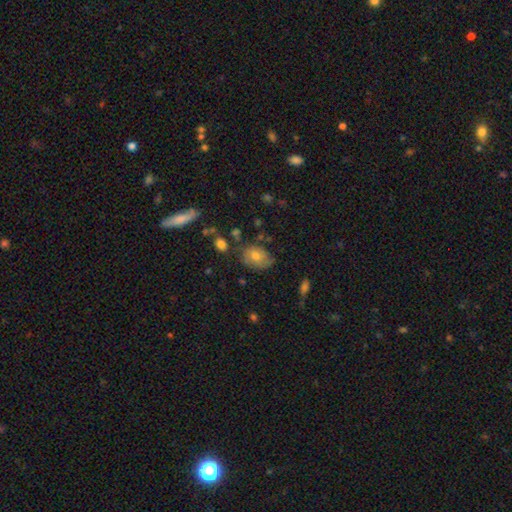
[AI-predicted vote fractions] Overall: smooth (63%; featured or disk 26%). How rounded: in between (71%). Merging: none (64%; minor disturbance 25%).